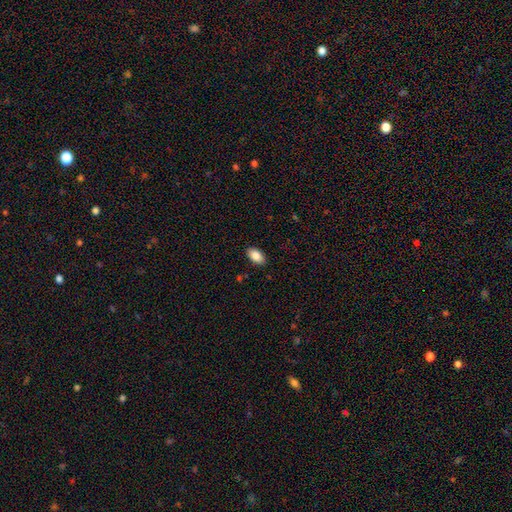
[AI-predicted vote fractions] smooth-or-featured: smooth: 87% | star or artifact: 7% | featured or disk: 6%
  how-rounded: in between: 93% | round: 5% | cigar-shaped: 2%
  merging: none: 89% | minor disturbance: 8% | major disturbance: 2% | merger: 1%